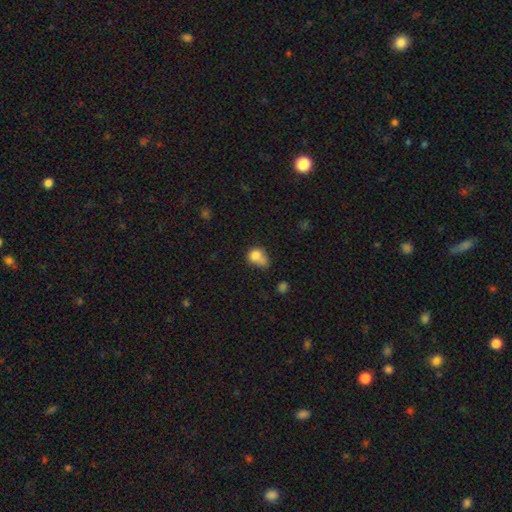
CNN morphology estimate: smooth_or_featured: smooth (p=0.77) [alt: featured or disk p=0.12]
how_rounded: round (p=0.52) [alt: in between p=0.47]
merging: none (p=0.28) [tied with: merger p=0.28]